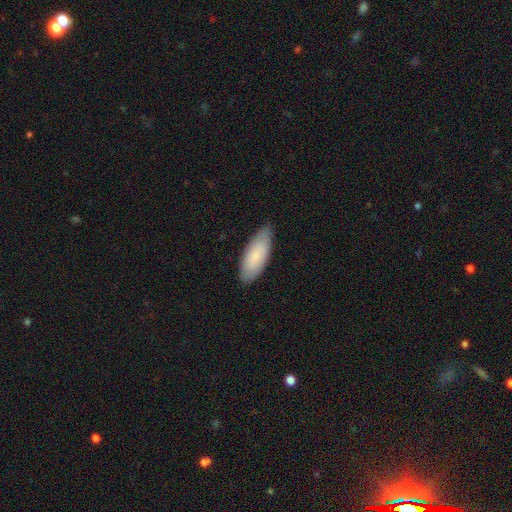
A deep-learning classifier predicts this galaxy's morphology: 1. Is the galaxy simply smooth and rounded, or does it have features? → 82% smooth, 13% featured or disk, 5% star or artifact.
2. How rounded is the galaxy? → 74% in between, 24% cigar-shaped, 2% round.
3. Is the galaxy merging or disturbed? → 82% none, 15% minor disturbance, 2% major disturbance, 1% merger.